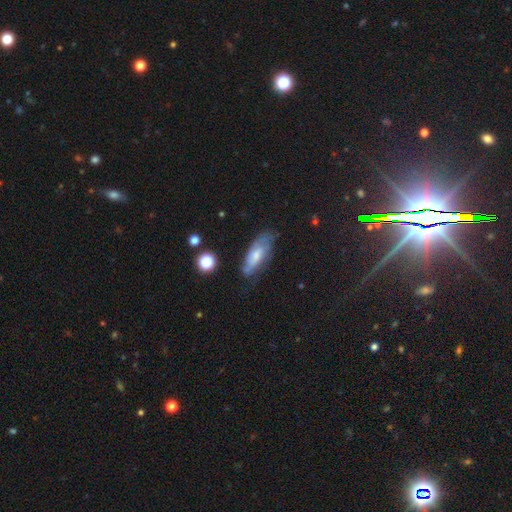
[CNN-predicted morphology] A featured or disk galaxy (51%).

Vote fractions:
- Smooth or featured? featured or disk: 51% / smooth: 42% / star or artifact: 8%
- Edge-on disk? no: 81% / yes: 19%
- Merging? none: 60% / minor disturbance: 27% / major disturbance: 10% / merger: 3%